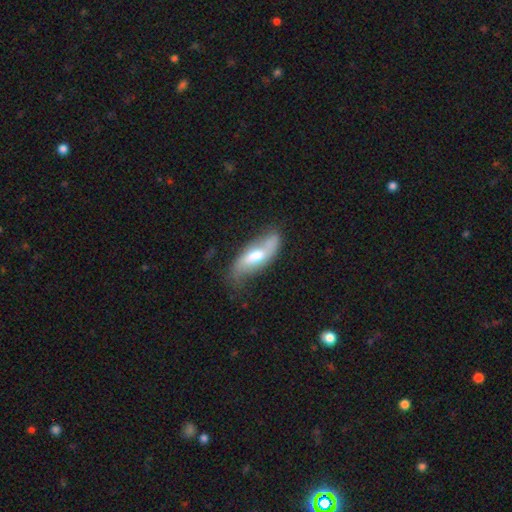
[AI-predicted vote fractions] Overall: featured or disk (52%; smooth 42%). Edge-on disk: no (76%). Merging: none (57%; minor disturbance 30%).